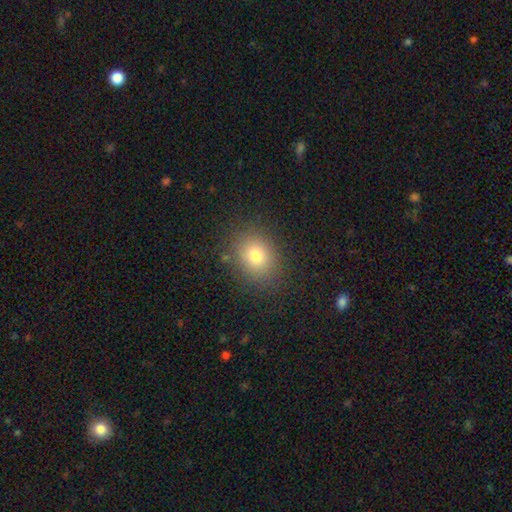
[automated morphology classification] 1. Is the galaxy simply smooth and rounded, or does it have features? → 78% smooth, 13% star or artifact, 9% featured or disk.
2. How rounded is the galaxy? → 56% round, 43% in between, 1% cigar-shaped.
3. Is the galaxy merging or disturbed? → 84% none, 10% minor disturbance, 4% major disturbance, 2% merger.